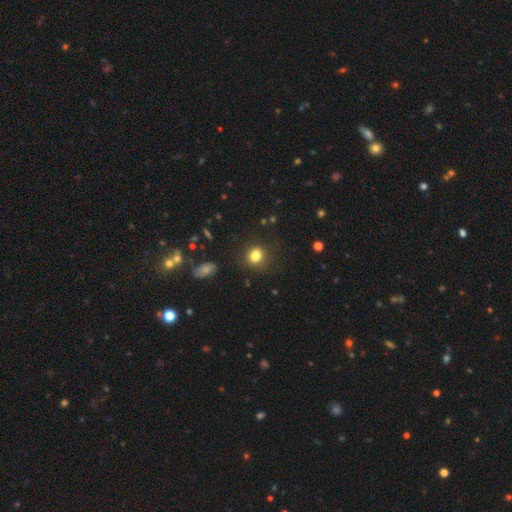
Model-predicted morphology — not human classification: This is clearly a smooth galaxy (82%). How rounded: likely round (73%). Merging: clearly none (84%).